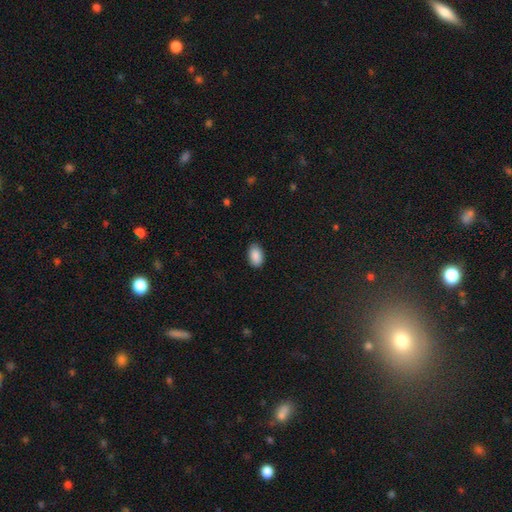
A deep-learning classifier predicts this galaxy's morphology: A smooth galaxy with no disk features (90%) that is in between round and cigar-shaped (92%). Merging: none (87%).